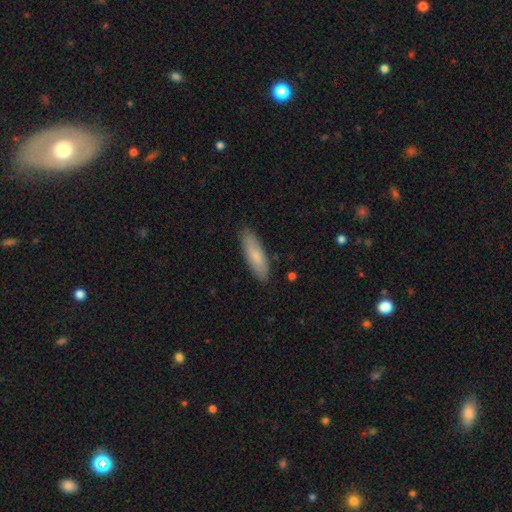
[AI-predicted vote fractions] smooth 78%, featured or disk 16%, star or artifact 6%. Down the decision tree: how rounded — cigar-shaped (51%); merging — none (87%).